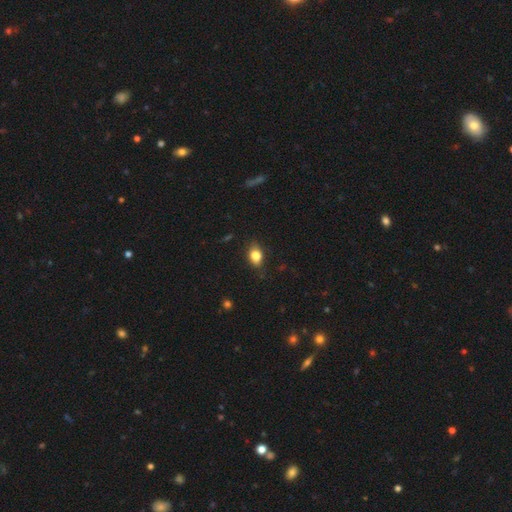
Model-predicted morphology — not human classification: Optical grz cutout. It shows a smooth galaxy with no disk features (81%) that is in between round and cigar-shaped (75%). Merging: none (78%).